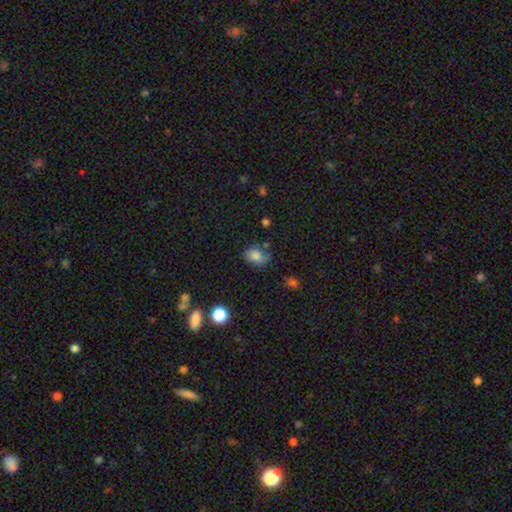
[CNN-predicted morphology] Smooth or featured? smooth (80%)
How rounded? in between (64%)
Merging? none (56%)